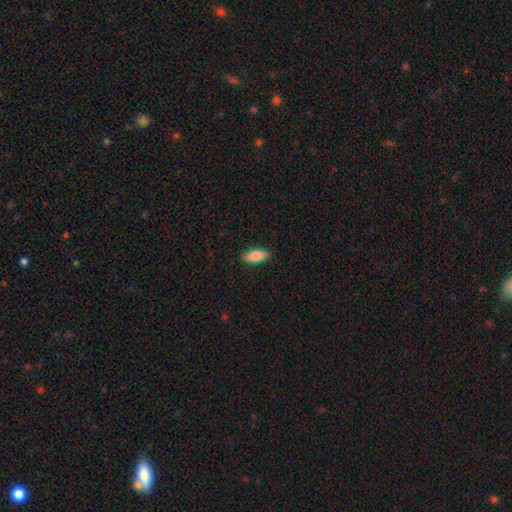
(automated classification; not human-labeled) Morphology: type=smooth (81%); roundness=in between (82%); merging=none (89%).